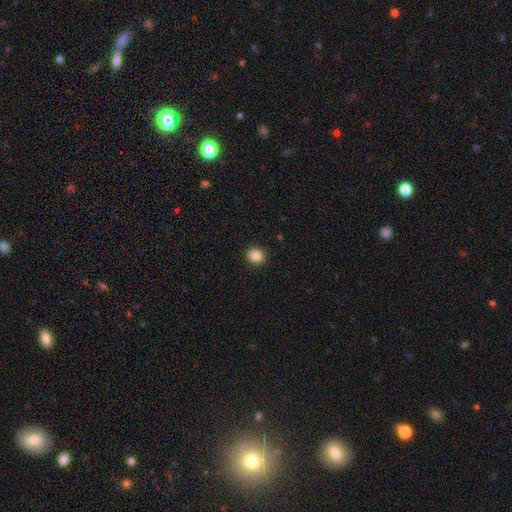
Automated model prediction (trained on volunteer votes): This is clearly a smooth galaxy (86%). How rounded: likely round (73%). Merging: clearly none (92%).